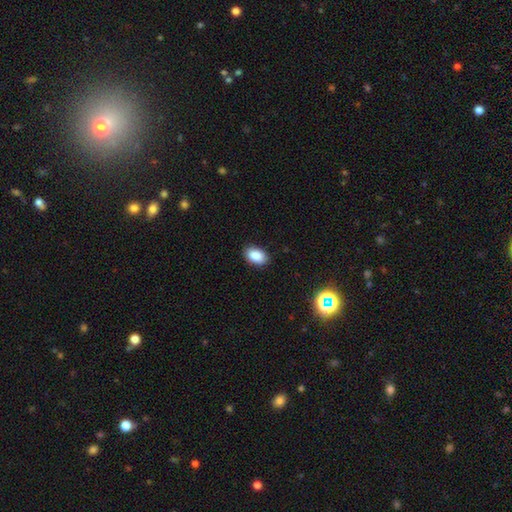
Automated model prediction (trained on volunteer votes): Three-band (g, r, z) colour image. It shows a smooth galaxy with no disk features (89%) that is in between round and cigar-shaped (90%). Merging: none (88%).